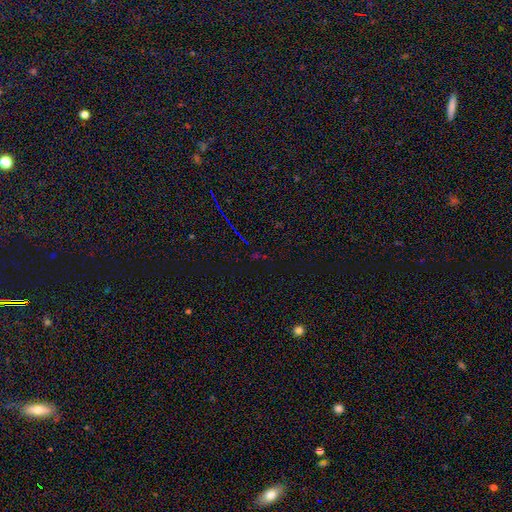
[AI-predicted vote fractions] Overall: star or artifact (76%).